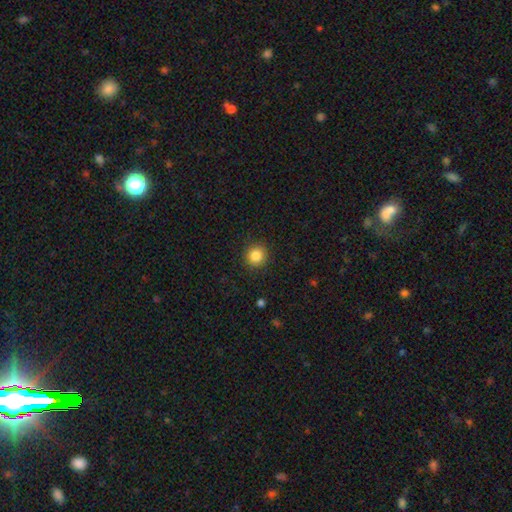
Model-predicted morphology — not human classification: This appears to be a smooth galaxy with no disk features (85%) that is round (92%). Merging: none (91%).